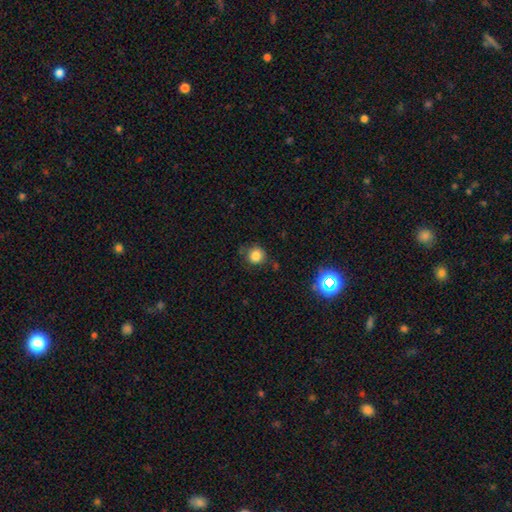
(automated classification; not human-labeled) Overall: smooth (82%). How rounded: round (91%). Merging: none (76%).